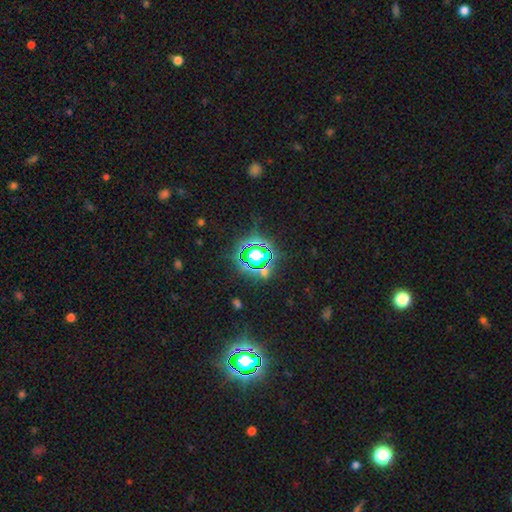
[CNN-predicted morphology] Q: Smooth or featured?
A: star or artifact (67%); runner-up: smooth (22%)